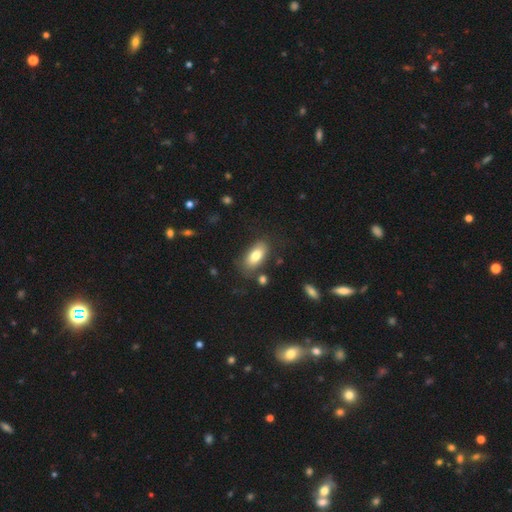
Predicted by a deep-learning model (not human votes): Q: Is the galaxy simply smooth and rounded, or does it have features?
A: smooth — 79%.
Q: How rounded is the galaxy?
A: in between — 90%.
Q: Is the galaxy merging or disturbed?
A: none — 77%.